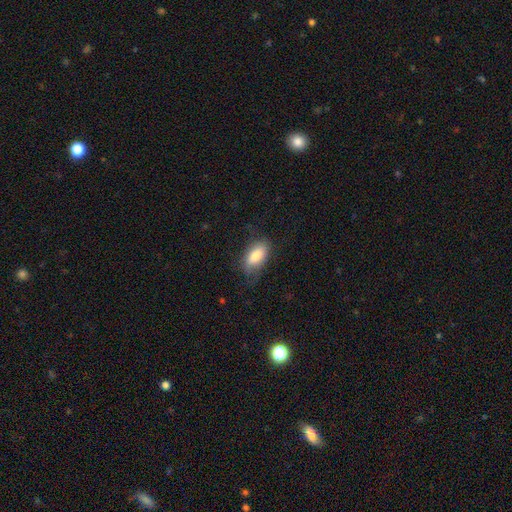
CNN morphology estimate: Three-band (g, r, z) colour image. It shows a smooth galaxy with no disk features (81%) that is in between round and cigar-shaped (89%). Merging: none (66%).